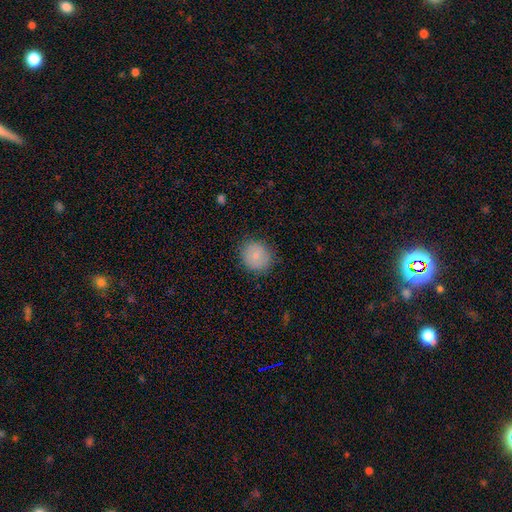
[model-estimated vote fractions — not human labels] A smooth galaxy with no disk features (80%) that is round (84%). Merging: none (85%).